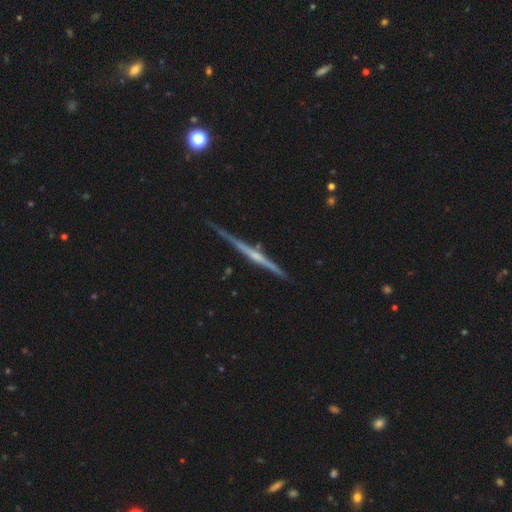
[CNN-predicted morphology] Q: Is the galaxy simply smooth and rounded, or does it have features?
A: featured or disk — 81%.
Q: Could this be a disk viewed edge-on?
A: yes — 98%.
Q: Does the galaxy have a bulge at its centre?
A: rounded — 58%.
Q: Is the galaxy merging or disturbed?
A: none — 82%.